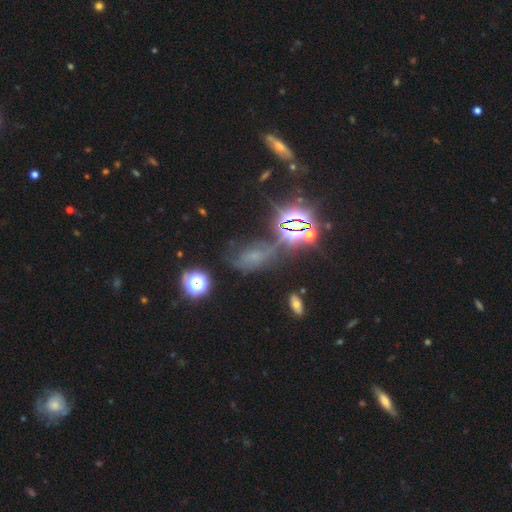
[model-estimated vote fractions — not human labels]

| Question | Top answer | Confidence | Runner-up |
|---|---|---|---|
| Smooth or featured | star or artifact | 56% | smooth (23%) |